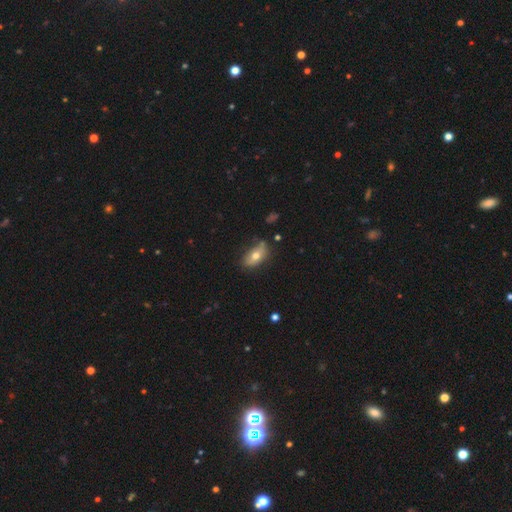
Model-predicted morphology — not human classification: smooth 68%, featured or disk 23%, star or artifact 8%. Down the decision tree: how rounded — in between (87%); merging — none (61%).